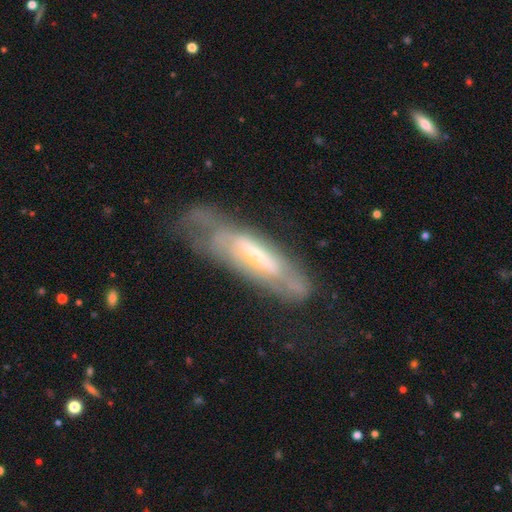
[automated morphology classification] Smooth or featured?
  - featured or disk: 68% *
  - smooth: 25%
  - star or artifact: 7%
Edge-on disk?
  - no: 64% *
  - yes: 36%
Merging?
  - none: 46% *
  - minor disturbance: 28%
  - major disturbance: 22%
  - merger: 3%